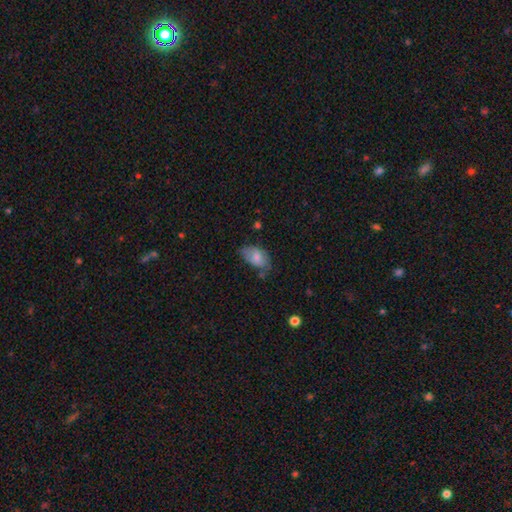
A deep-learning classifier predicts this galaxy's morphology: smooth-or-featured: smooth: 74% | featured or disk: 19% | star or artifact: 7%
  how-rounded: in between: 91% | round: 7% | cigar-shaped: 2%
  merging: none: 54% | minor disturbance: 34% | major disturbance: 8% | merger: 4%